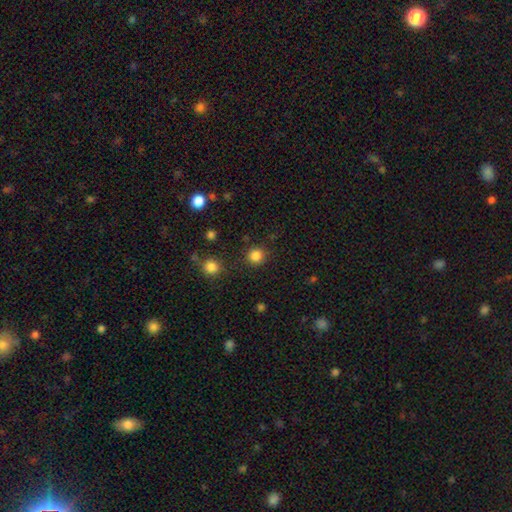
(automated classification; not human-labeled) This is clearly a smooth galaxy (84%). How rounded: clearly round (93%). Merging: clearly none (88%).